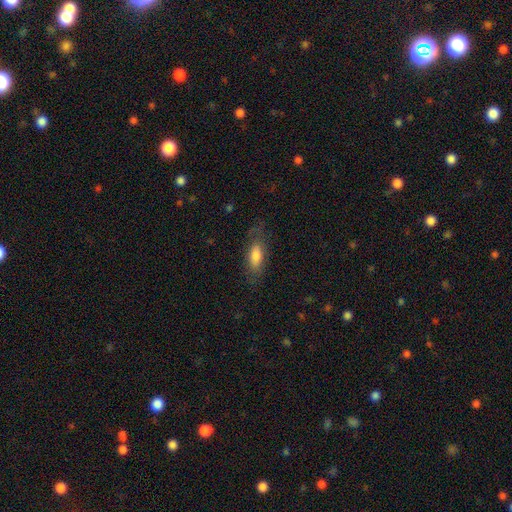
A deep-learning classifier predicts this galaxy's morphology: Overall: smooth (72%). How rounded: in between (72%). Merging: none (68%).